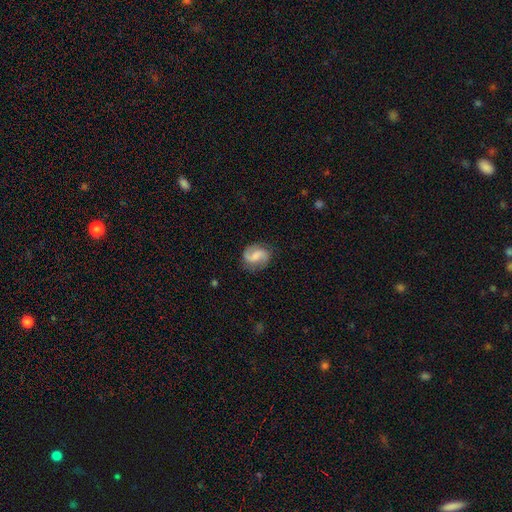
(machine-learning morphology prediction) Smooth or featured? Predicted: featured or disk (p=0.72). Edge-on disk? Predicted: no (p=0.98). Bar? Predicted: weak (p=0.49). Spiral arms? Predicted: yes (p=0.95). Spiral winding? Predicted: loose (p=0.48). Spiral arm count? Predicted: 2 (p=0.90). Bulge size? Predicted: none (p=0.35). Merging? Predicted: none (p=0.79).